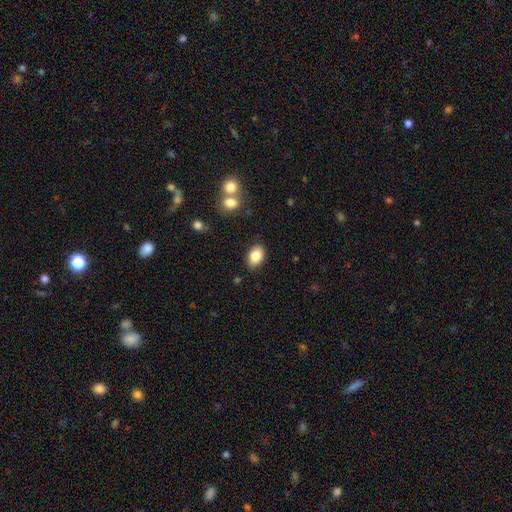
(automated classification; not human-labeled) smooth 85%, star or artifact 8%, featured or disk 8%. Down the decision tree: how rounded — in between (88%); merging — none (85%).